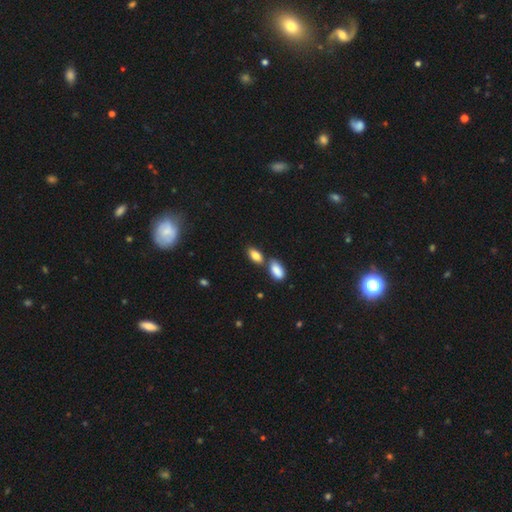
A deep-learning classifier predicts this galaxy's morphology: type=smooth (83%); roundness=in between (88%); merging=none (55%).